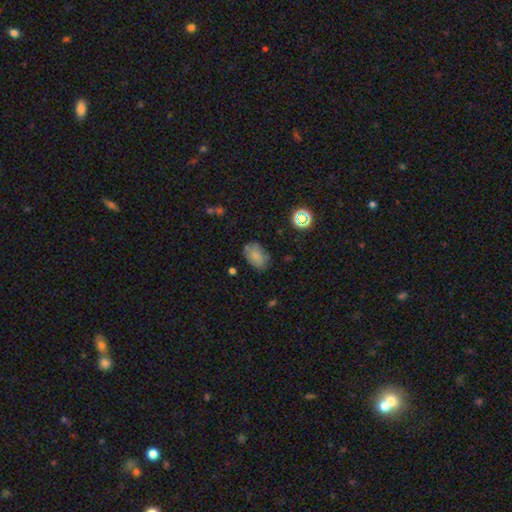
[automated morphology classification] type=smooth (74%); roundness=in between (85%); merging=none (67%).